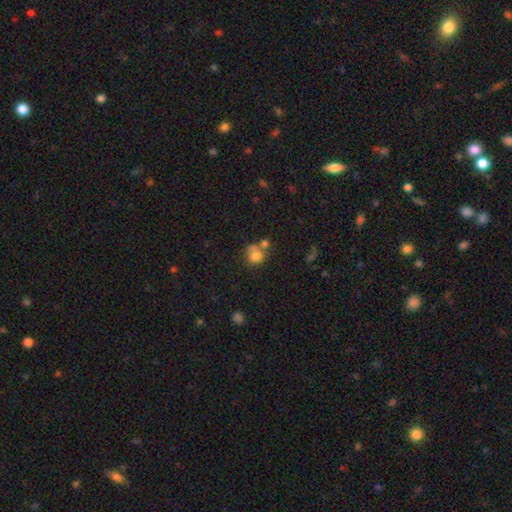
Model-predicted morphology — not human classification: type=smooth (76%); roundness=round (75%); merging=merger (39%).